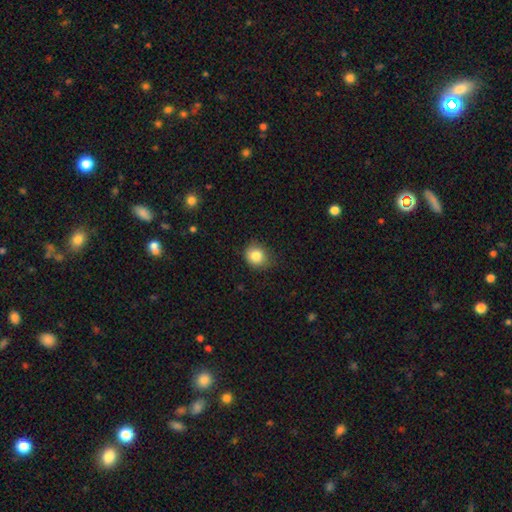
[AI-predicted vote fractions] smooth 84%, star or artifact 10%, featured or disk 6%. Down the decision tree: how rounded — round (74%); merging — none (76%).